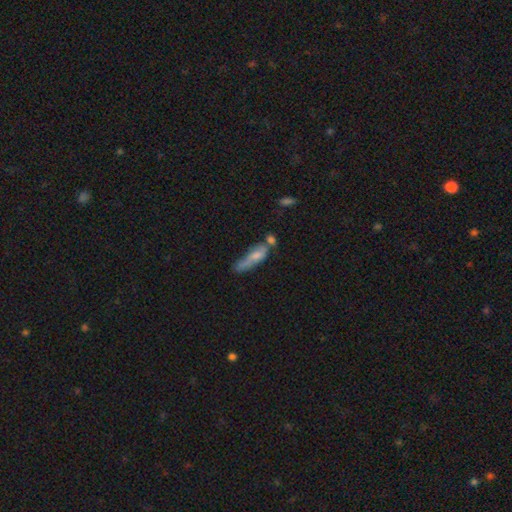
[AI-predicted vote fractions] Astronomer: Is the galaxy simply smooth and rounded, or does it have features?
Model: smooth — 56% (runner-up: featured or disk, 35%).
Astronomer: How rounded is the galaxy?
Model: cigar-shaped — 64%.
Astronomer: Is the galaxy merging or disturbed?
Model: none — 32% (runner-up: merger, 27%).